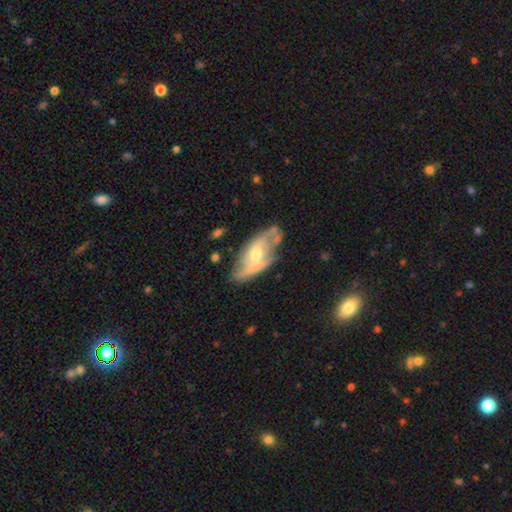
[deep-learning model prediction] Overall: featured or disk (71%). Edge-on disk: no (89%). Bar: no (58%; weak 34%). Spiral arms: yes (73%). Bulge size: moderate (59%; small 32%). Merging: none (53%; minor disturbance 27%).